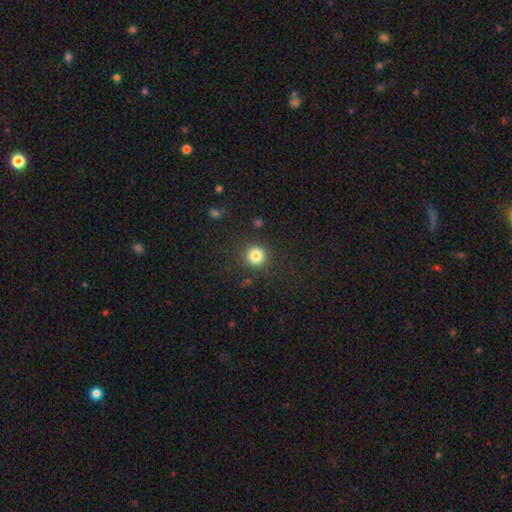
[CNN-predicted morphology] smooth 83%, star or artifact 12%, featured or disk 5%. Down the decision tree: how rounded — round (93%); merging — none (88%).